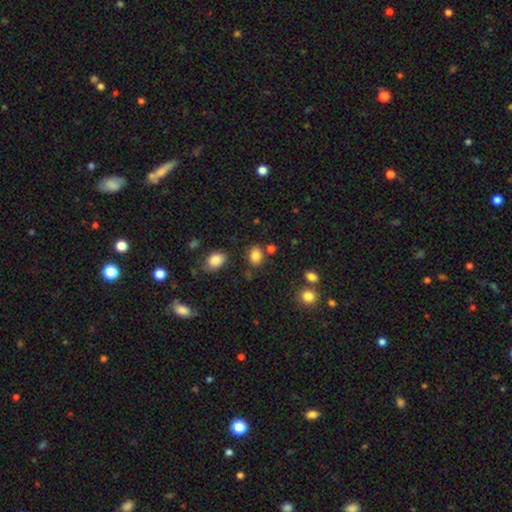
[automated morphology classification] Q: Smooth or featured?
A: smooth (83%); runner-up: star or artifact (11%)
Q: How rounded?
A: in between (70%); runner-up: round (28%)
Q: Merging?
A: none (76%); runner-up: minor disturbance (13%)